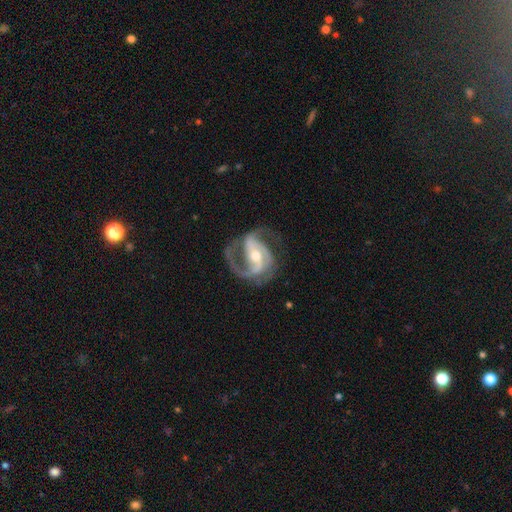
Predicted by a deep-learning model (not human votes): smooth-or-featured: featured or disk: 91% | smooth: 5% | star or artifact: 4%
  disk-edge-on: no: 98% | yes: 2%
    bar: weak: 39% | strong: 35% | no: 26%
    has-spiral-arms: yes: 97% | no: 3%
      spiral-winding: medium: 56% | tight: 23% | loose: 21%
      spiral-arm-count: 2: 54% | 3: 29% | can't tell: 6% | 1: 5% | 4: 3% | more than 4: 3%
    bulge-size: moderate: 57% | small: 38% | large: 3% | none: 1% | dominant: 1%
  merging: none: 62% | major disturbance: 18% | minor disturbance: 18% | merger: 2%